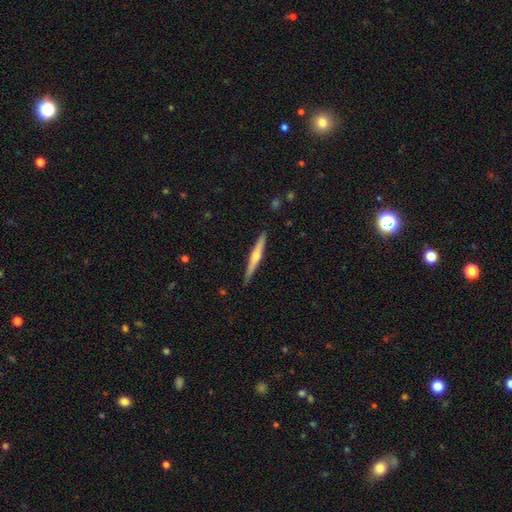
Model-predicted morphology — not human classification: type=featured or disk (64%); edge-on=yes (97%); edge-on bulge=rounded (85%); merging=none (89%).